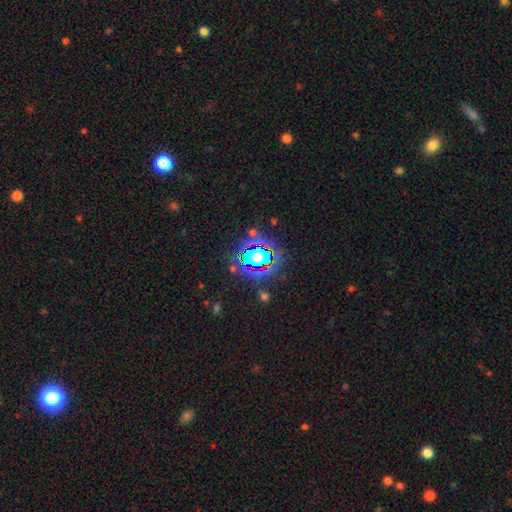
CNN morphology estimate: Q: Smooth or featured?
A: star or artifact (57%); runner-up: smooth (29%)